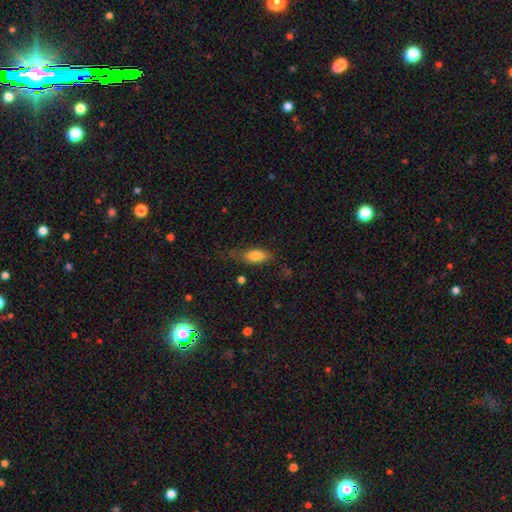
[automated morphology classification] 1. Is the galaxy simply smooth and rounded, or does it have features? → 76% smooth, 17% featured or disk, 7% star or artifact.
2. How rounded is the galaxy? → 76% in between, 20% cigar-shaped, 4% round.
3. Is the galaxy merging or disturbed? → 59% none, 27% minor disturbance, 12% major disturbance, 2% merger.